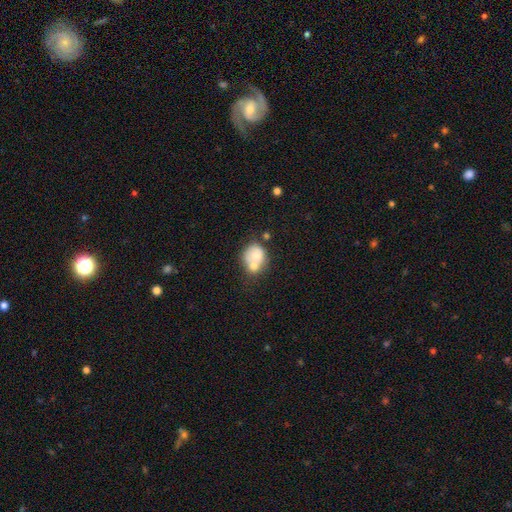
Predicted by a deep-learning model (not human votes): Smooth or featured: smooth — 65% (featured or disk — 27%)
How rounded: round — 63% (in between — 36%)
Merging: merger — 58% (none — 27%)